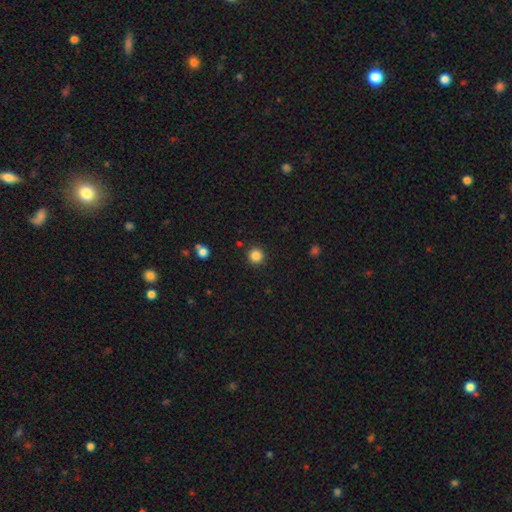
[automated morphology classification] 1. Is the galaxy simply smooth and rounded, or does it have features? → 85% smooth, 11% star or artifact, 4% featured or disk.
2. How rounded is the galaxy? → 96% round, 3% in between, 1% cigar-shaped.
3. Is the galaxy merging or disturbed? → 91% none, 5% minor disturbance, 2% major disturbance, 2% merger.